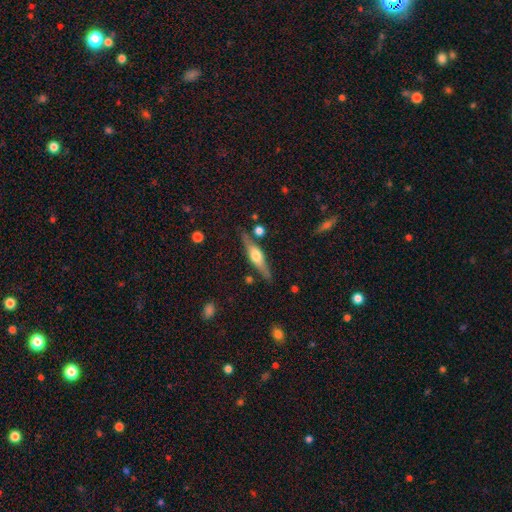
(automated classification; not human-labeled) Q: Smooth or featured?
A: featured or disk (67%); runner-up: smooth (27%)
Q: Edge-on disk?
A: yes (95%); runner-up: no (5%)
Q: Edge-on bulge?
A: rounded (91%); runner-up: boxy (6%)
Q: Merging?
A: none (84%); runner-up: minor disturbance (10%)